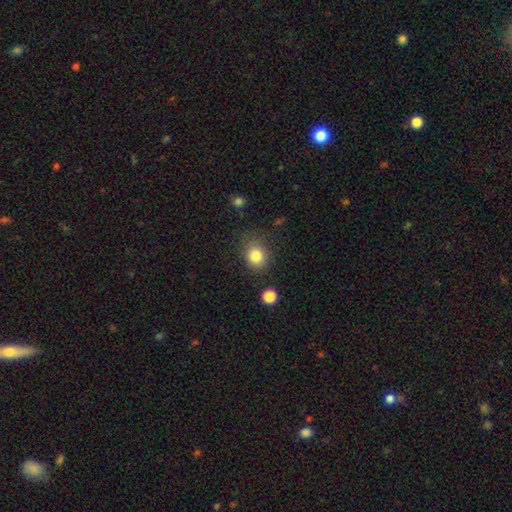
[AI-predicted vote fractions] The model was most divided on "how rounded": round: 65%, in between: 34%, cigar-shaped: 1%. More confident: smooth or featured — smooth (83%); merging — none (77%).